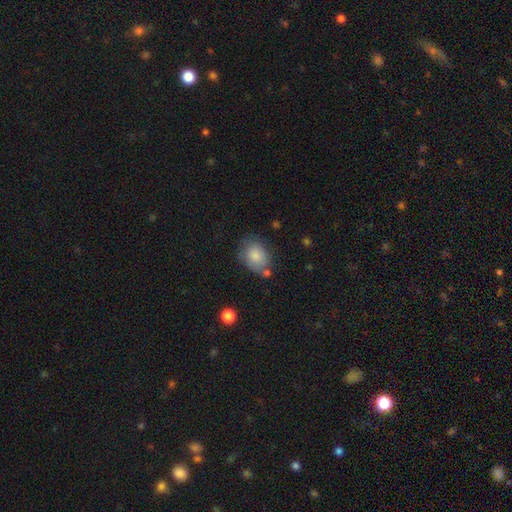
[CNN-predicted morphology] smooth 80%, featured or disk 12%, star or artifact 8%. Down the decision tree: how rounded — in between (66%); merging — none (57%).